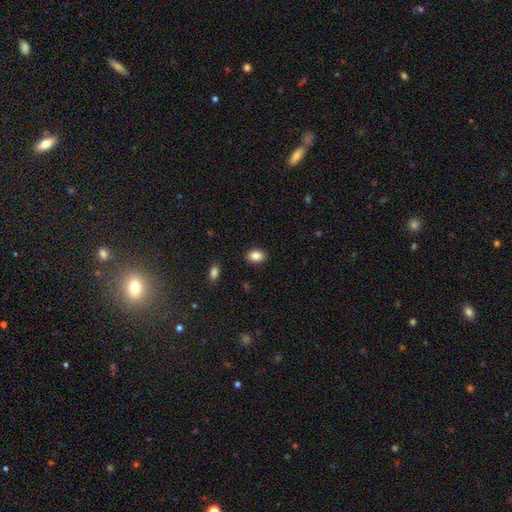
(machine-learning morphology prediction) This is clearly a smooth galaxy (86%). How rounded: clearly in between (80%). Merging: clearly none (89%).